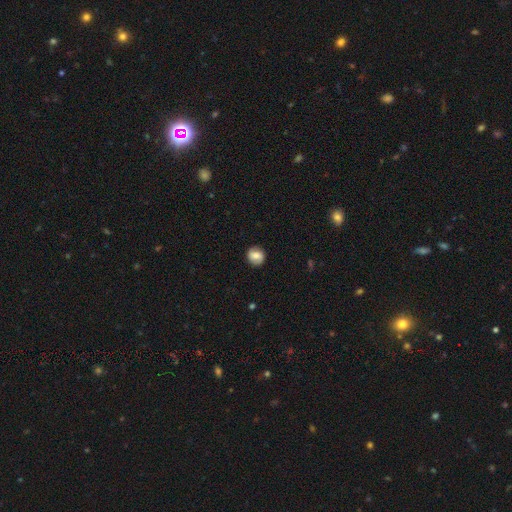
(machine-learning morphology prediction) Q: Smooth or featured?
A: smooth (73%); runner-up: featured or disk (18%)
Q: How rounded?
A: round (81%); runner-up: in between (18%)
Q: Merging?
A: none (87%); runner-up: minor disturbance (9%)